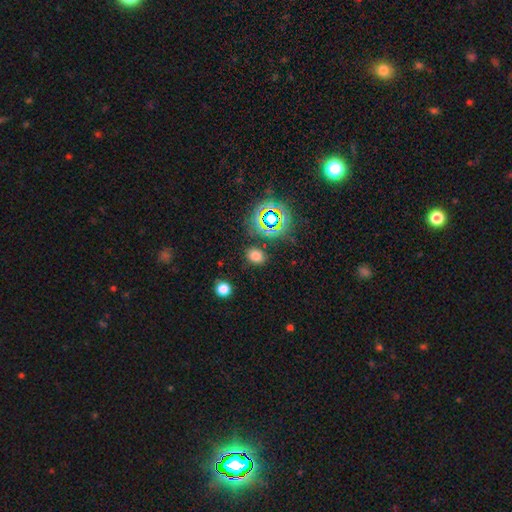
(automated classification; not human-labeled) Morphology: type=smooth (71%); roundness=in between (58%); merging=none (84%).